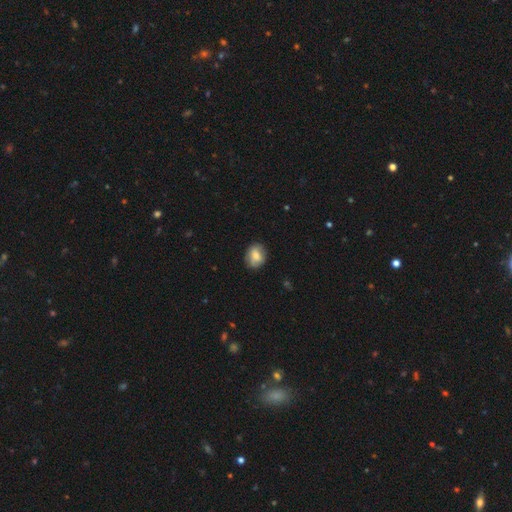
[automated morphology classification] Smooth or featured?
  - smooth: 76% *
  - featured or disk: 16%
  - star or artifact: 8%
How rounded?
  - in between: 53% *
  - round: 46%
  - cigar-shaped: 1%
Merging?
  - none: 80% *
  - minor disturbance: 16%
  - major disturbance: 3%
  - merger: 1%